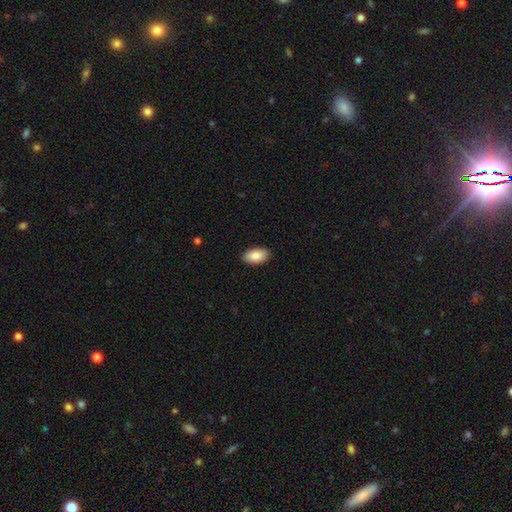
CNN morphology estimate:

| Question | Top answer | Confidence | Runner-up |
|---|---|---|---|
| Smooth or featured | smooth | 88% | star or artifact (6%) |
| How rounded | in between | 95% | round (3%) |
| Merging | none | 89% | minor disturbance (8%) |